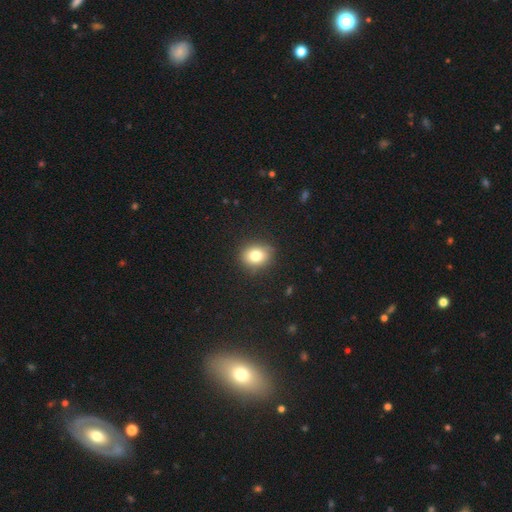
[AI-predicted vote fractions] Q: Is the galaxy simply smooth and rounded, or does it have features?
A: smooth — 79%.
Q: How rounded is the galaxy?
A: round — 62%.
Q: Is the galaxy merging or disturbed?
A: none — 85%.